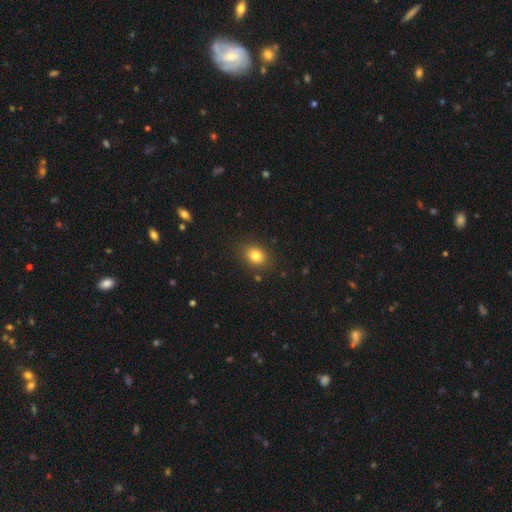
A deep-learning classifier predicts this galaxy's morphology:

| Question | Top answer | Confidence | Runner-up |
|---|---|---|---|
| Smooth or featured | smooth | 82% | star or artifact (11%) |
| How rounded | in between | 54% | round (45%) |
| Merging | none | 85% | minor disturbance (10%) |